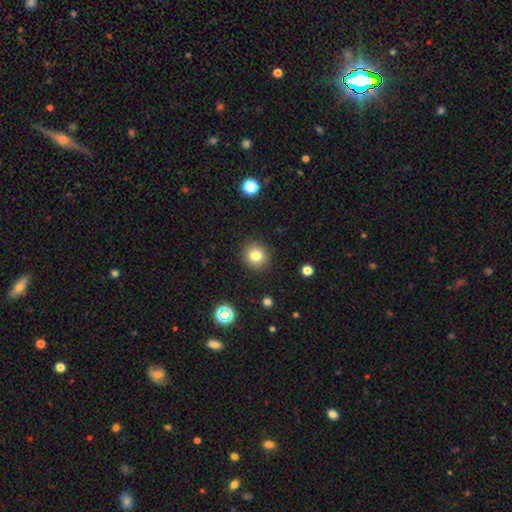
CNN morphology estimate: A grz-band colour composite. It shows a smooth galaxy with no disk features (80%) that is round (90%). Merging: none (90%).